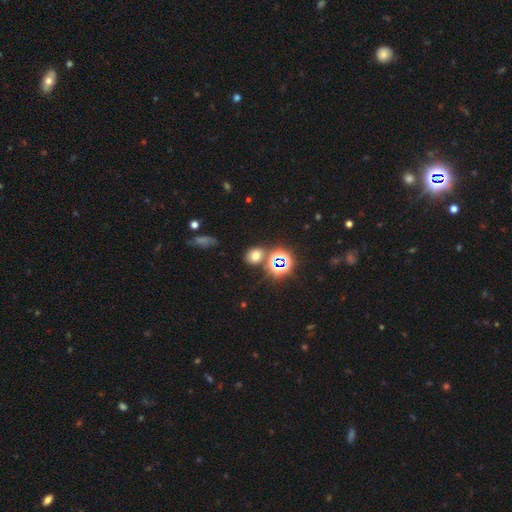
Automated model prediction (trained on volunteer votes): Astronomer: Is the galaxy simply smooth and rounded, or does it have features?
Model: smooth — 62%.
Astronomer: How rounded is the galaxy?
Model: in between — 51% (runner-up: round, 47%).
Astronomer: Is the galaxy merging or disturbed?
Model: none — 75%.